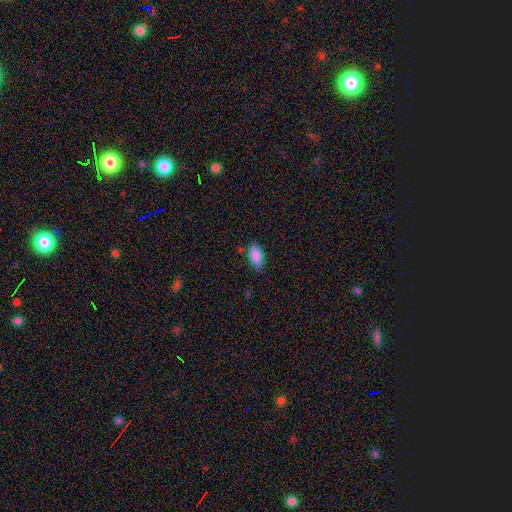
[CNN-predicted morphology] Smooth or featured?
  - smooth: 87% *
  - star or artifact: 7%
  - featured or disk: 6%
How rounded?
  - in between: 90% *
  - cigar-shaped: 7%
  - round: 3%
Merging?
  - none: 71% *
  - minor disturbance: 23%
  - major disturbance: 4%
  - merger: 2%